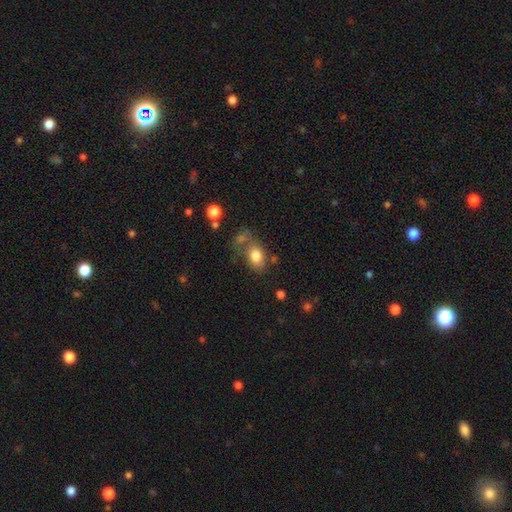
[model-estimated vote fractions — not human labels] A smooth galaxy with no disk features (81%) that is in between round and cigar-shaped (77%).

Vote fractions:
- Smooth or featured? smooth: 81% / featured or disk: 10% / star or artifact: 9%
- How rounded? in between: 77% / round: 22% / cigar-shaped: 1%
- Merging? none: 51% / merger: 21% / minor disturbance: 18% / major disturbance: 9%